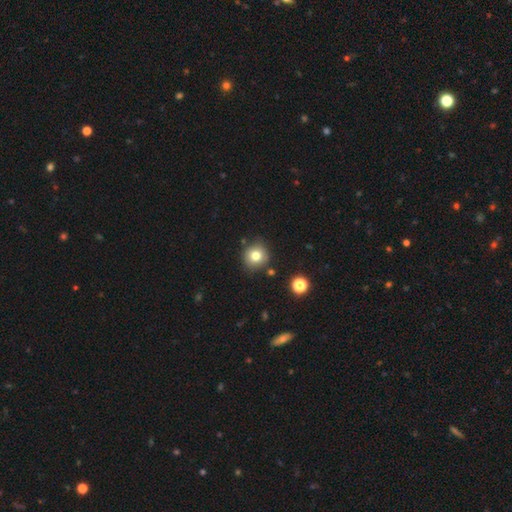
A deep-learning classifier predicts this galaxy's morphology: A smooth galaxy with no disk features (78%) that is round (89%). Merging: none (83%).